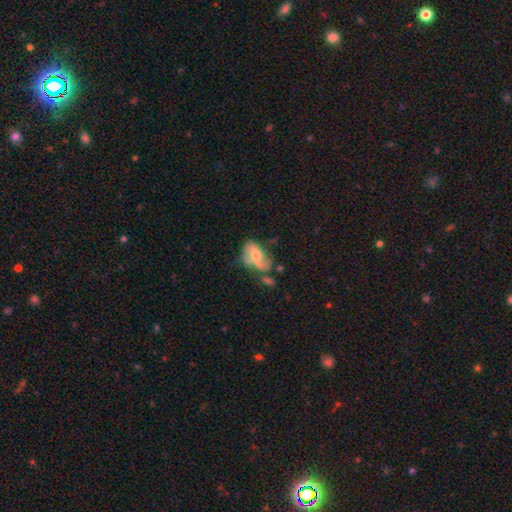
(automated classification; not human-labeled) A featured or disk galaxy (52%).

Vote fractions:
- Smooth or featured? featured or disk: 52% / smooth: 40% / star or artifact: 7%
- Edge-on disk? no: 95% / yes: 5%
- Merging? none: 33% / minor disturbance: 28% / major disturbance: 23% / merger: 17%